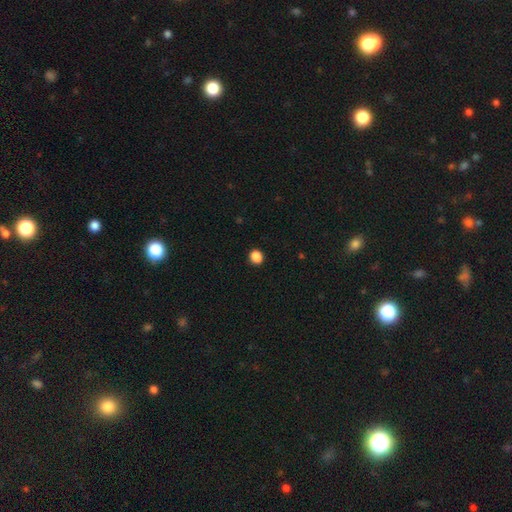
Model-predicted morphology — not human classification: The model was most divided on "how rounded": round: 72%, in between: 27%, cigar-shaped: 1%. More confident: merging — none (91%); smooth or featured — smooth (86%).